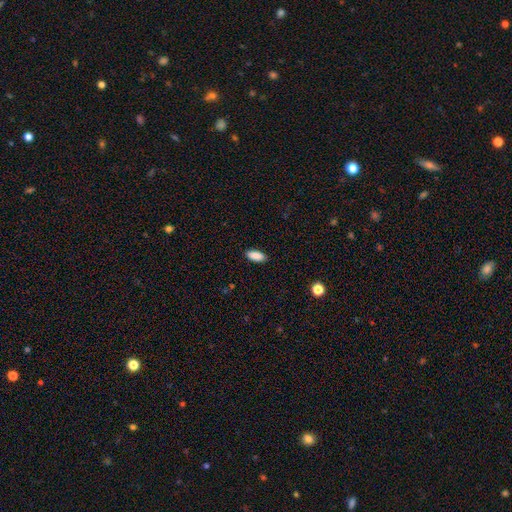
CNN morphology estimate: This appears to be a smooth galaxy with no disk features (90%) that is in between round and cigar-shaped (85%). Merging: none (89%).